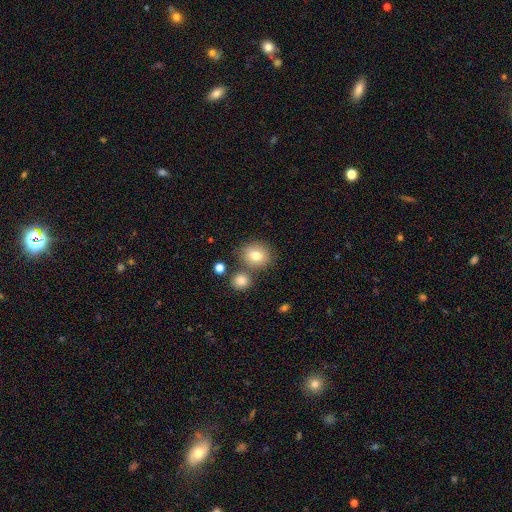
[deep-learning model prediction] Smooth or featured? smooth (78%)
How rounded? round (75%)
Merging? none (70%)